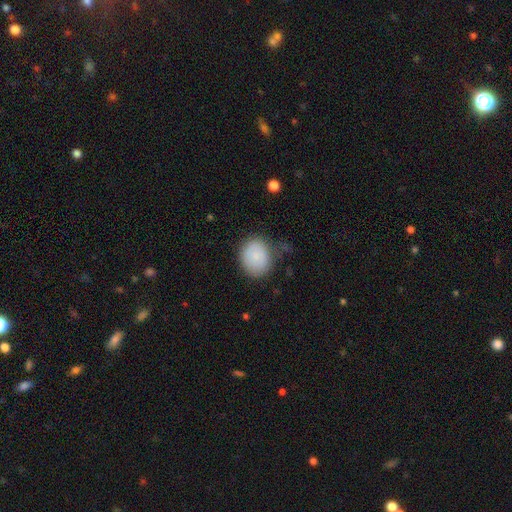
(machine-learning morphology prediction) A smooth galaxy with no disk features (85%) that is round (56%).

Vote fractions:
- Smooth or featured? smooth: 85% / featured or disk: 8% / star or artifact: 7%
- How rounded? round: 56% / in between: 43% / cigar-shaped: 1%
- Merging? none: 70% / minor disturbance: 21% / major disturbance: 7% / merger: 3%